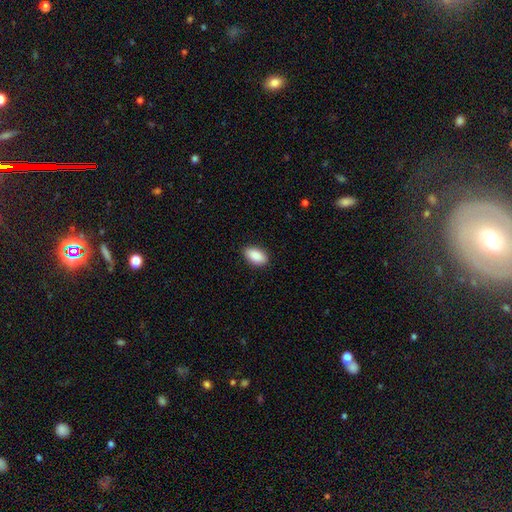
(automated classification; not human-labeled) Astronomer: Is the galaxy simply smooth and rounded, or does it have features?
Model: smooth — 90%.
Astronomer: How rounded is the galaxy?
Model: in between — 94%.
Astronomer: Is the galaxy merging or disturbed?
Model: none — 89%.